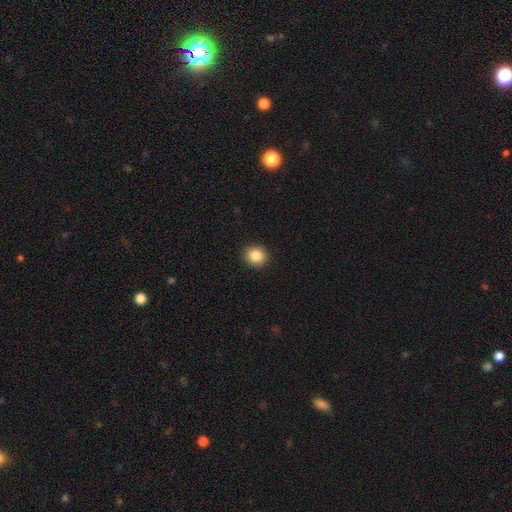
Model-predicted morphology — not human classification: This is clearly a smooth galaxy (86%). How rounded: clearly round (84%). Merging: clearly none (91%).